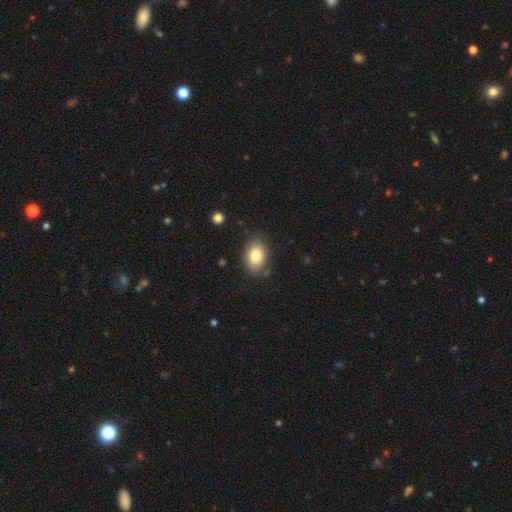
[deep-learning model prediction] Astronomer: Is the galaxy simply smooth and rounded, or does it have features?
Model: smooth — 81%.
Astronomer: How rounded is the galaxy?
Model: in between — 79%.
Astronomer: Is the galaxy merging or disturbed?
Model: none — 82%.